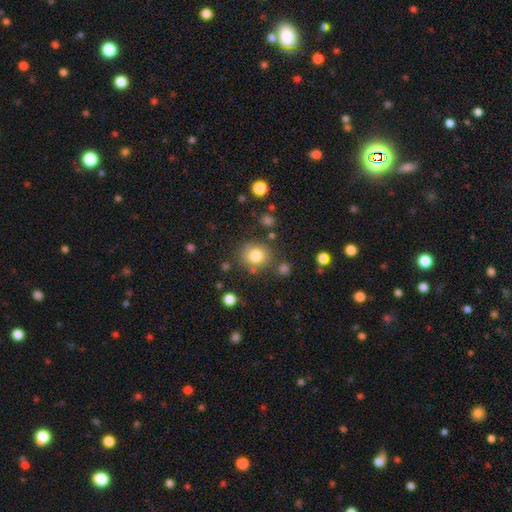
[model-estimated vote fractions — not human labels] smooth-or-featured: smooth: 80% | star or artifact: 11% | featured or disk: 8%
  how-rounded: round: 82% | in between: 17% | cigar-shaped: 1%
  merging: none: 79% | minor disturbance: 11% | merger: 6% | major disturbance: 4%